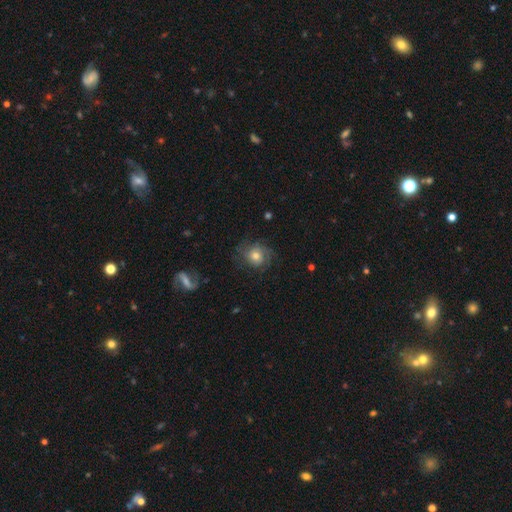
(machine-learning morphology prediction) Smooth or featured: featured or disk — 53% (smooth — 37%)
Edge-on disk: no — 96% (yes — 4%)
Bar: no — 76% (weak — 20%)
Spiral arms: yes — 86% (no — 14%)
Bulge size: moderate — 63% (small — 19%)
Merging: none — 68% (minor disturbance — 18%)